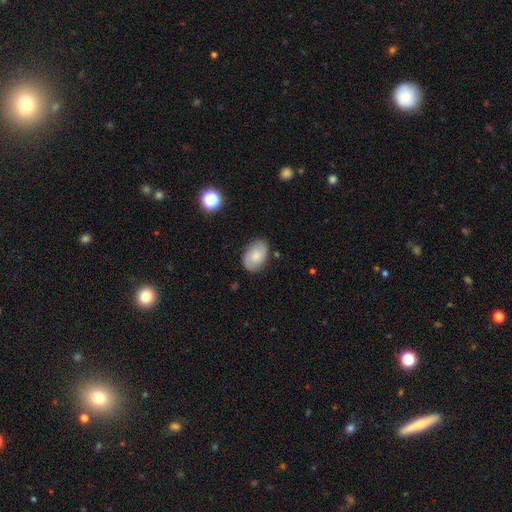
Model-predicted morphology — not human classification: smooth-or-featured: smooth: 66% | featured or disk: 26% | star or artifact: 8%
  how-rounded: in between: 88% | round: 11% | cigar-shaped: 1%
  merging: none: 81% | minor disturbance: 14% | major disturbance: 3% | merger: 2%